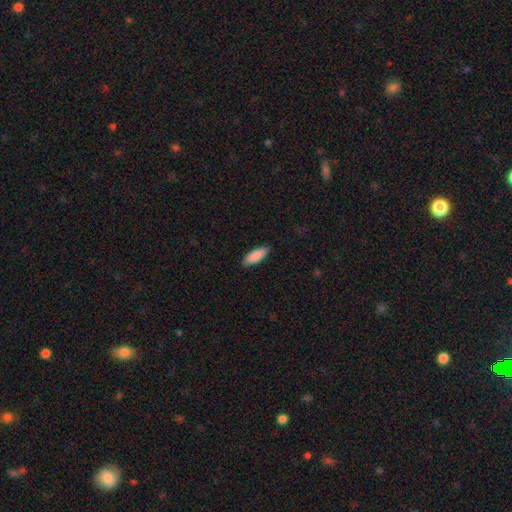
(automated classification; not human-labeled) A smooth galaxy with no disk features (89%) that is in between round and cigar-shaped (65%). Merging: none (89%).